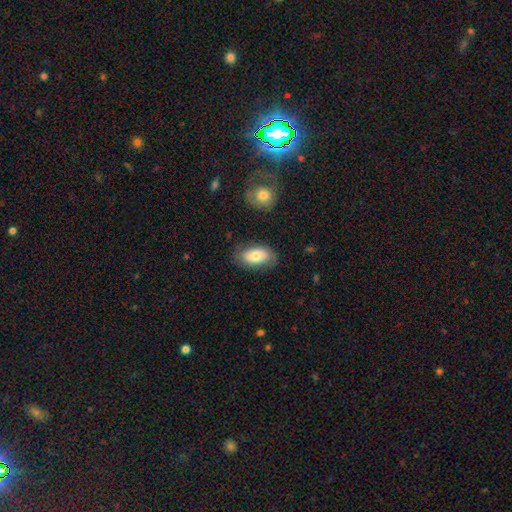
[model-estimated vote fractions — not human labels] A smooth galaxy with no disk features (74%) that is in between round and cigar-shaped (93%).

Vote fractions:
- Smooth or featured? smooth: 74% / featured or disk: 19% / star or artifact: 7%
- How rounded? in between: 93% / round: 5% / cigar-shaped: 2%
- Merging? none: 76% / minor disturbance: 17% / major disturbance: 4% / merger: 2%